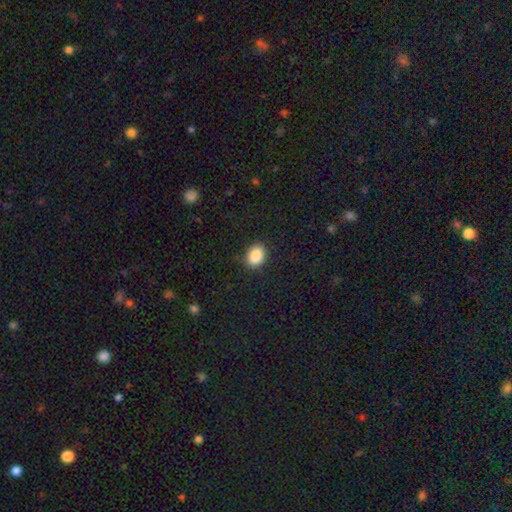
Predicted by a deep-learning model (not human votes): Smooth or featured? smooth (88%)
How rounded? in between (61%)
Merging? none (87%)